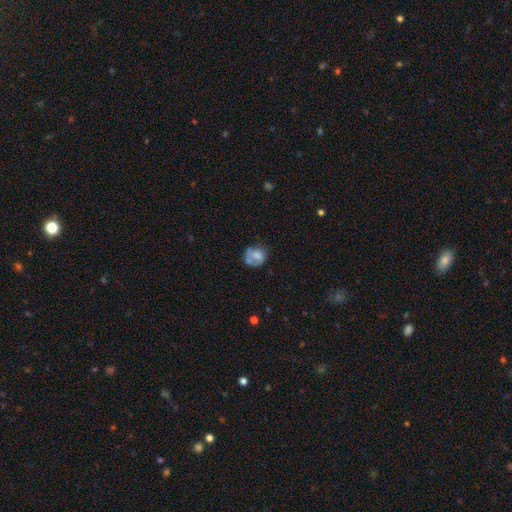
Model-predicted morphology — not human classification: A smooth galaxy with no disk features (60%) that is round (69%).

Vote fractions:
- Smooth or featured? smooth: 60% / featured or disk: 31% / star or artifact: 9%
- How rounded? round: 69% / in between: 30% / cigar-shaped: 1%
- Merging? none: 44% / minor disturbance: 26% / major disturbance: 20% / merger: 10%